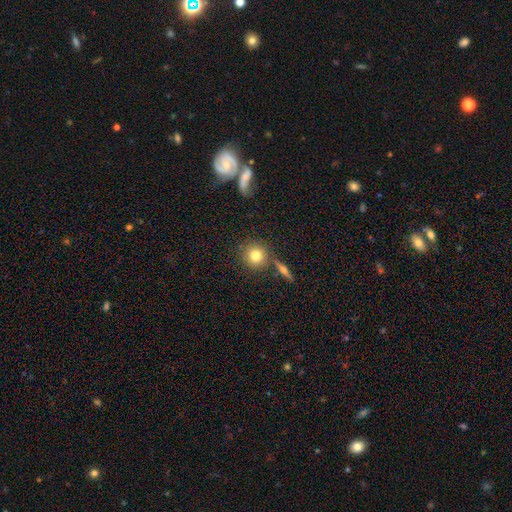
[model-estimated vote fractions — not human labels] A smooth galaxy with no disk features (78%) that is round (90%).

Vote fractions:
- Smooth or featured? smooth: 78% / featured or disk: 12% / star or artifact: 10%
- How rounded? round: 90% / in between: 9% / cigar-shaped: 1%
- Merging? none: 77% / merger: 11% / minor disturbance: 9% / major disturbance: 3%